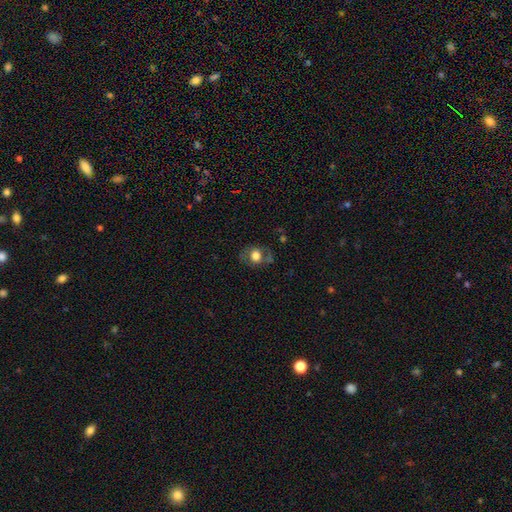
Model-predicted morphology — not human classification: A smooth galaxy with no disk features (64%) that is round (62%).

Vote fractions:
- Smooth or featured? smooth: 64% / featured or disk: 26% / star or artifact: 9%
- How rounded? round: 62% / in between: 37% / cigar-shaped: 1%
- Merging? none: 65% / minor disturbance: 20% / major disturbance: 11% / merger: 4%